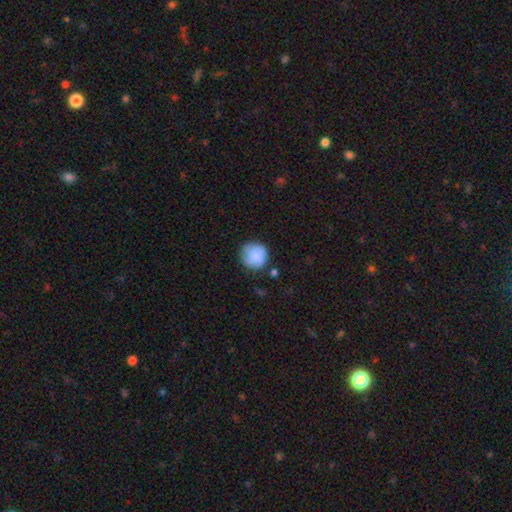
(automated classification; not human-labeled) smooth 82%, featured or disk 11%, star or artifact 7%. Down the decision tree: how rounded — round (93%); merging — none (74%).